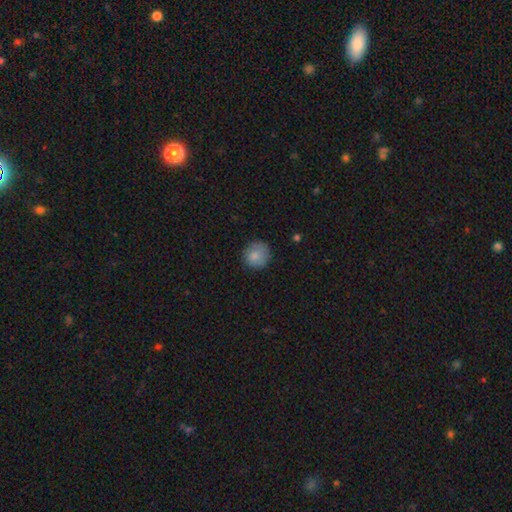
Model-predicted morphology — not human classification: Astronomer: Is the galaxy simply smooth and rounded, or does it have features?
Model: smooth — 83%.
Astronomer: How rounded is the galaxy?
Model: round — 91%.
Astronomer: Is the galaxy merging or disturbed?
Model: none — 82%.